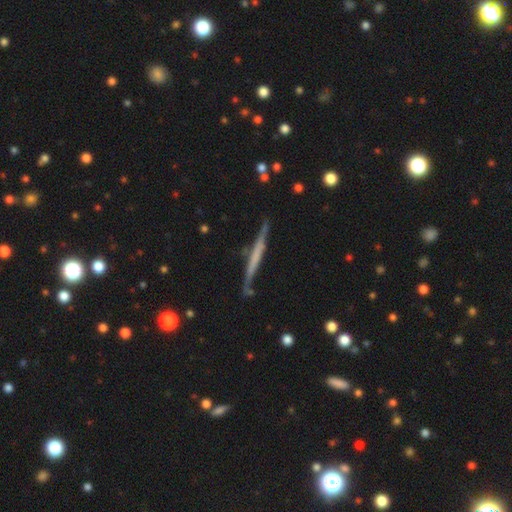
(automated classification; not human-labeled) This is possibly a featured or disk galaxy (58%). It is clearly viewed edge-on (95%). Edge-on bulge: likely none (75%). Merging: likely none (76%).